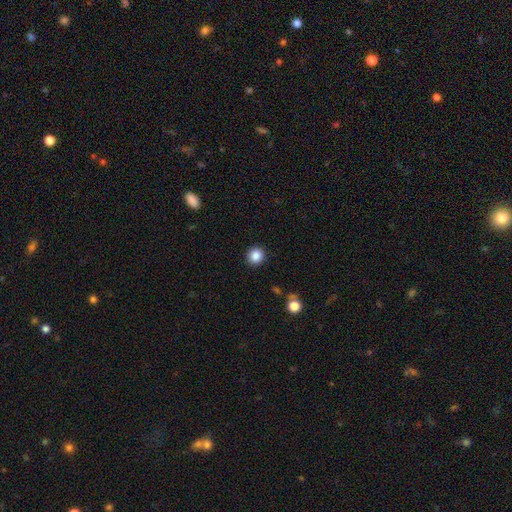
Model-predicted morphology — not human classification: Smooth or featured: smooth — 87% (star or artifact — 10%)
How rounded: round — 88% (in between — 11%)
Merging: none — 91% (minor disturbance — 6%)